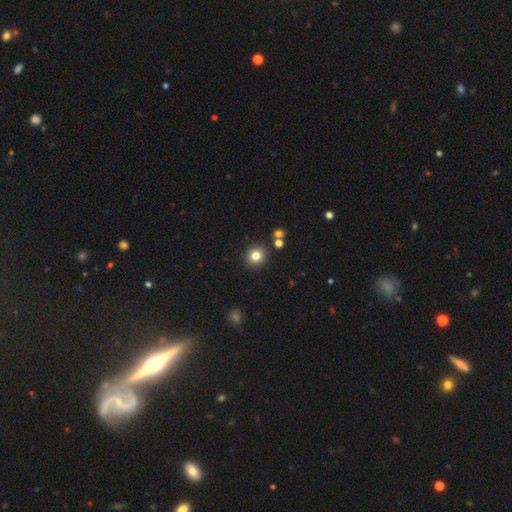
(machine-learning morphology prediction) type=smooth (81%); roundness=round (89%); merging=none (88%).